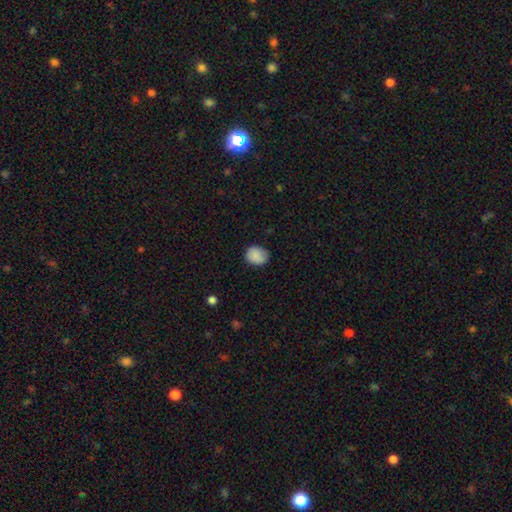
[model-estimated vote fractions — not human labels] smooth 87%, star or artifact 8%, featured or disk 5%. Down the decision tree: how rounded — round (63%); merging — none (79%).